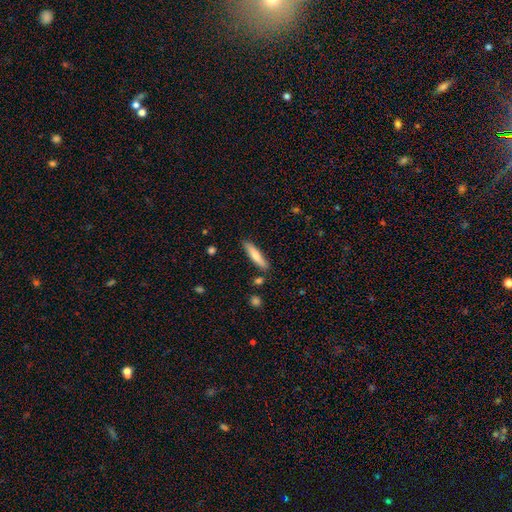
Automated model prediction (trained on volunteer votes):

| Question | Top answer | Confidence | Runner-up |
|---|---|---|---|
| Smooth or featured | smooth | 66% | featured or disk (28%) |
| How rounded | cigar-shaped | 82% | in between (16%) |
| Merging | none | 84% | minor disturbance (11%) |